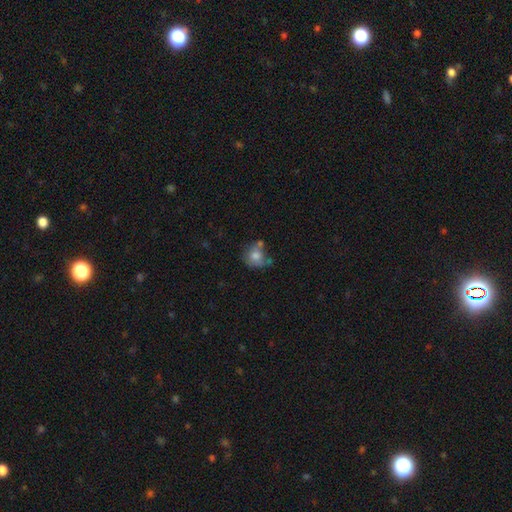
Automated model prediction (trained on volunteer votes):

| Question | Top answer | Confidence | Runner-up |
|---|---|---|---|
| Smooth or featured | smooth | 73% | featured or disk (18%) |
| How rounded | round | 72% | in between (27%) |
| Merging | none | 44% | minor disturbance (24%) |